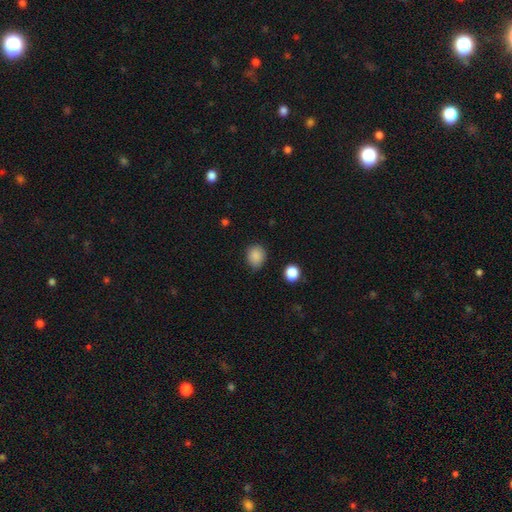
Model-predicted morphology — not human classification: Smooth or featured?
  - smooth: 86% *
  - star or artifact: 10%
  - featured or disk: 4%
How rounded?
  - round: 62% *
  - in between: 37%
  - cigar-shaped: 1%
Merging?
  - none: 75% *
  - minor disturbance: 19%
  - major disturbance: 4%
  - merger: 2%